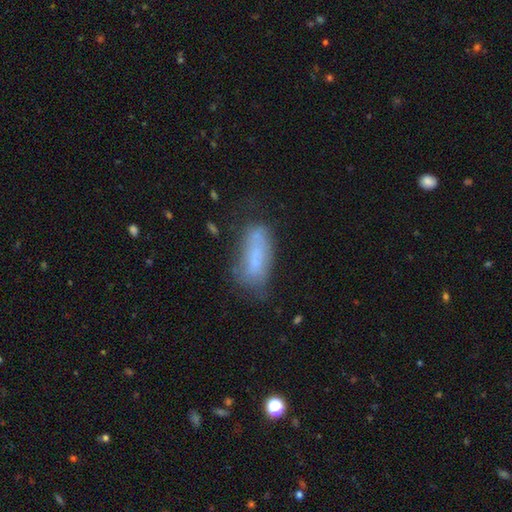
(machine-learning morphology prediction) smooth 66%, featured or disk 24%, star or artifact 10%. Down the decision tree: how rounded — in between (70%); merging — none (53%).